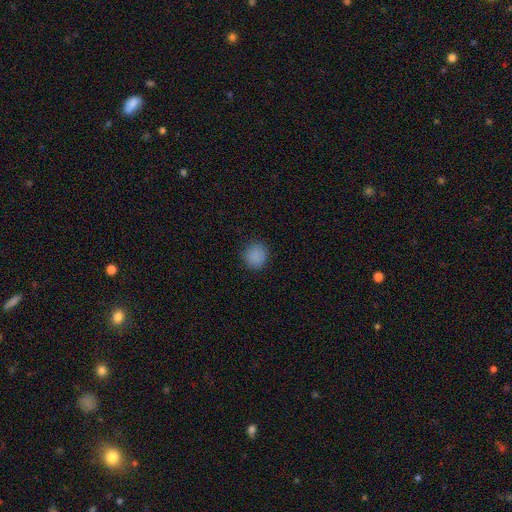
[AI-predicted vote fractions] Morphology: type=smooth (86%); roundness=round (86%); merging=none (87%).